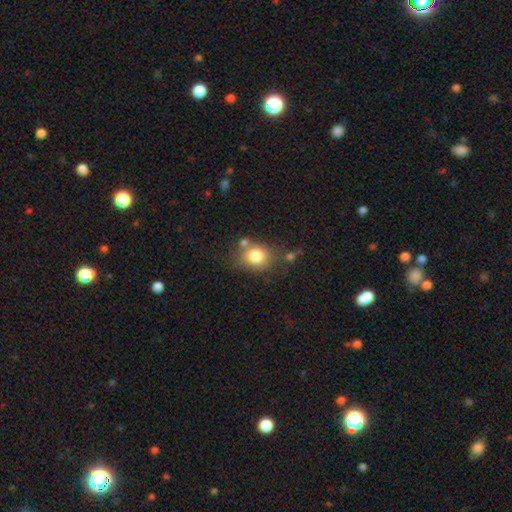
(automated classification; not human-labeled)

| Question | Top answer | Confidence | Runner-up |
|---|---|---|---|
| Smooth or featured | smooth | 80% | star or artifact (10%) |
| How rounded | round | 65% | in between (34%) |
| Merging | none | 62% | minor disturbance (17%) |